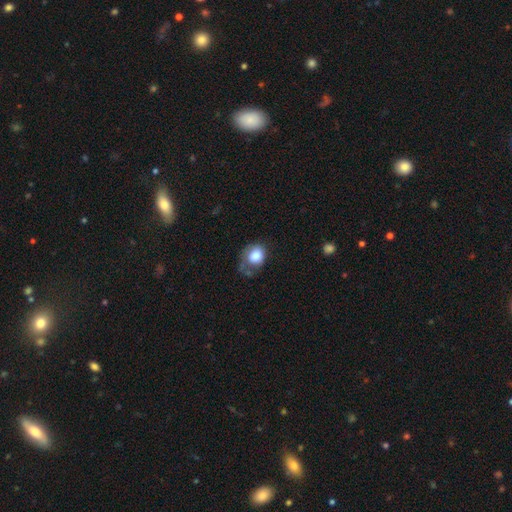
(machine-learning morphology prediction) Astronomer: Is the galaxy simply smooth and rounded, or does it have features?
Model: smooth — 80%.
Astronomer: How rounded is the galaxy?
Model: round — 58% (runner-up: in between, 41%).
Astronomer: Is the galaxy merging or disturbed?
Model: none — 38% (runner-up: minor disturbance, 33%).